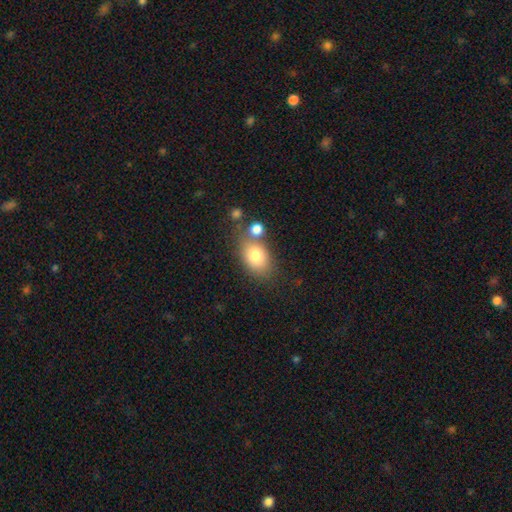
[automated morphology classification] type=smooth (80%); roundness=in between (81%); merging=none (59%).